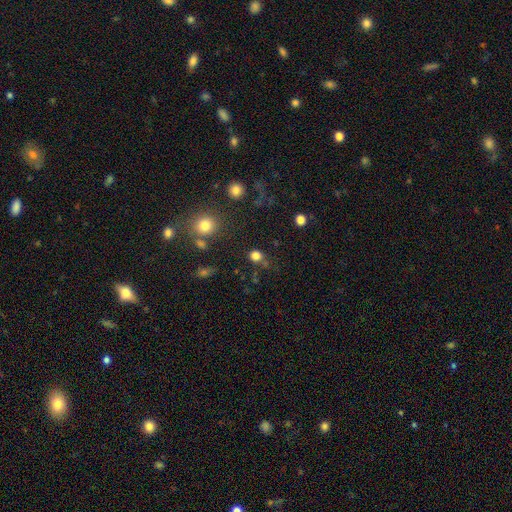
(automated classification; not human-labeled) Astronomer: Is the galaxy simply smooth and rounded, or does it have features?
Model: smooth — 79%.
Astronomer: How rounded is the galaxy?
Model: round — 80%.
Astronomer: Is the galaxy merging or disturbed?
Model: none — 72%.